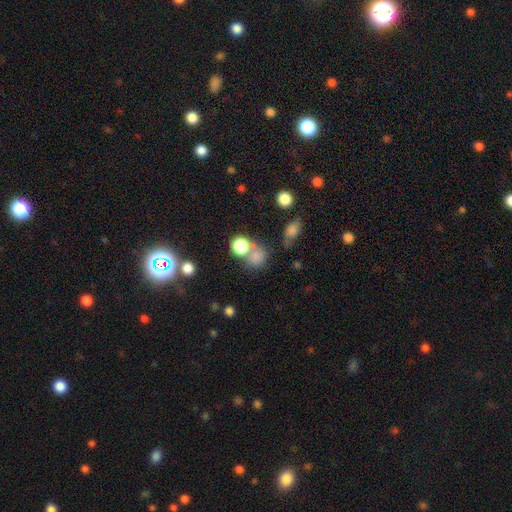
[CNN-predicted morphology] This appears to be a smooth galaxy with no disk features (73%) that is round (76%). Merging: none (47%).